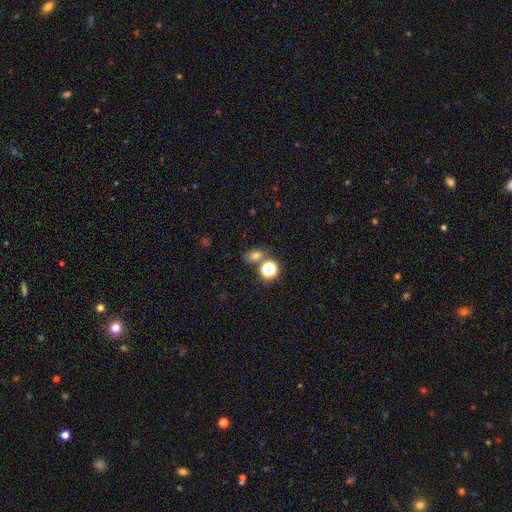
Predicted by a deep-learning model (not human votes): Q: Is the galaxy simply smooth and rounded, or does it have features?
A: smooth — 67%.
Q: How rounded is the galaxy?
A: in between — 61%.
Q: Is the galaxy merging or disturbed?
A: none — 66%.